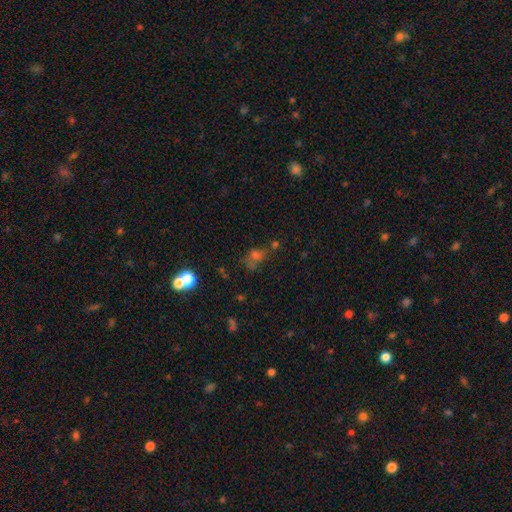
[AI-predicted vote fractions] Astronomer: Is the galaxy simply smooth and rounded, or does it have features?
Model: smooth — 49% (runner-up: star or artifact, 35%).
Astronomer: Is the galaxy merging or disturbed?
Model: none — 45% (runner-up: merger, 22%).